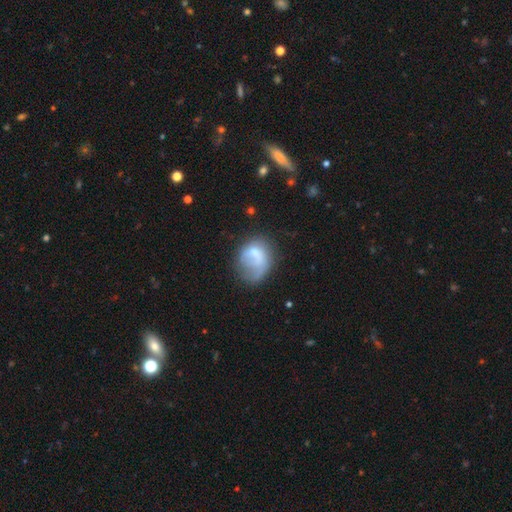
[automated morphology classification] smooth 55%, featured or disk 36%, star or artifact 9%. Down the decision tree: how rounded — in between (55%); merging — major disturbance (39%).